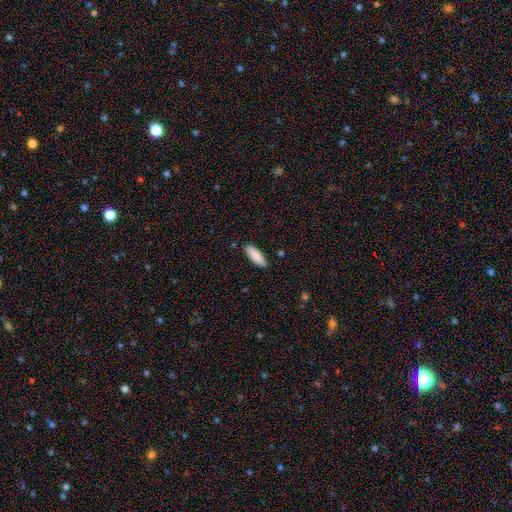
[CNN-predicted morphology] smooth-or-featured: smooth: 87% | featured or disk: 7% | star or artifact: 6%
  how-rounded: in between: 56% | cigar-shaped: 42% | round: 1%
  merging: none: 87% | minor disturbance: 10% | major disturbance: 2% | merger: 1%